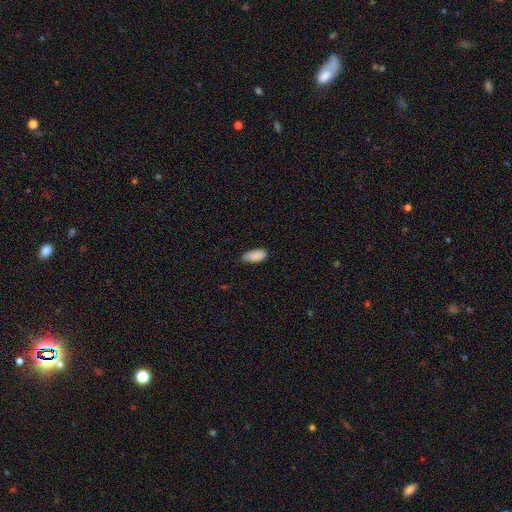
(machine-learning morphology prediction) smooth-or-featured: smooth: 89% | star or artifact: 7% | featured or disk: 4%
  how-rounded: in between: 90% | cigar-shaped: 8% | round: 2%
  merging: none: 71% | minor disturbance: 24% | major disturbance: 4% | merger: 1%